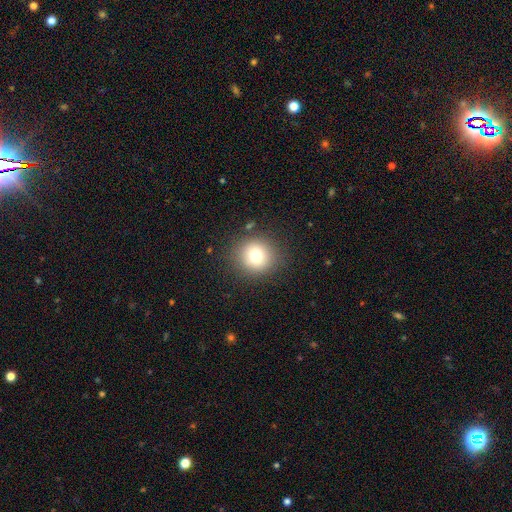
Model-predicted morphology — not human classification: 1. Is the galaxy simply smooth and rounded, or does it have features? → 76% smooth, 13% star or artifact, 11% featured or disk.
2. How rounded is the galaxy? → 91% round, 8% in between, 1% cigar-shaped.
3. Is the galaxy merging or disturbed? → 87% none, 8% minor disturbance, 3% major disturbance, 2% merger.